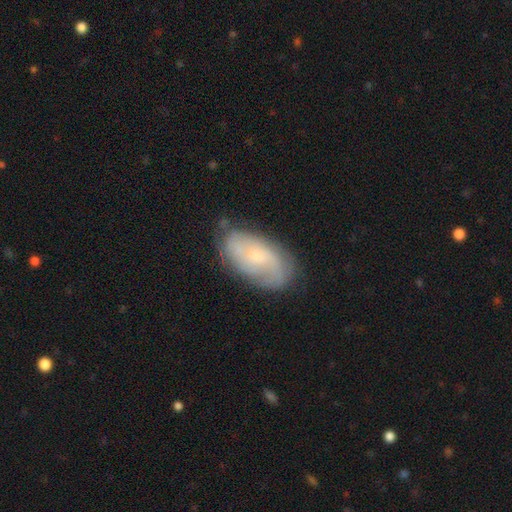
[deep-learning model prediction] Smooth or featured?
  - featured or disk: 54% *
  - smooth: 38%
  - star or artifact: 8%
Edge-on disk?
  - no: 94% *
  - yes: 6%
Bar?
  - no: 64% *
  - weak: 31%
  - strong: 5%
Spiral arms?
  - yes: 80% *
  - no: 20%
Bulge size?
  - small: 60% *
  - moderate: 26%
  - none: 9%
  - large: 3%
  - dominant: 1%
Merging?
  - none: 69% *
  - minor disturbance: 22%
  - major disturbance: 7%
  - merger: 2%